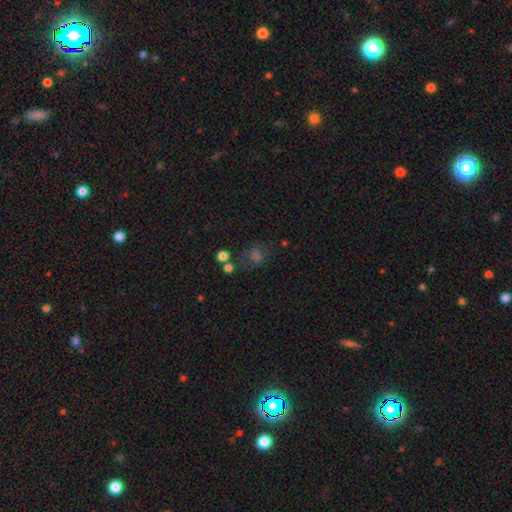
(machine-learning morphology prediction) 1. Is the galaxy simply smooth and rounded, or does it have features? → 46% smooth, 34% star or artifact, 20% featured or disk.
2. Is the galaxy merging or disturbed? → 59% none, 18% minor disturbance, 14% major disturbance, 10% merger.